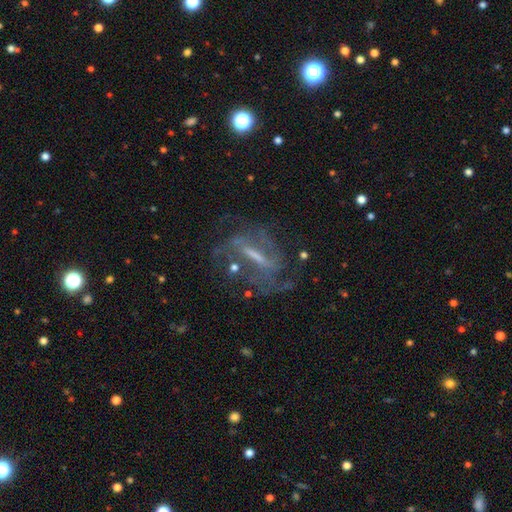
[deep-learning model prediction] A featured or disk galaxy (78%) with a strong bar (62%), spiral arms (79%) and a small central bulge (34%).

Vote fractions:
- Smooth or featured? featured or disk: 78% / smooth: 12% / star or artifact: 11%
- Edge-on disk? no: 80% / yes: 20%
- Bar? strong: 62% / weak: 27% / no: 11%
- Spiral arms? yes: 79% / no: 21%
- Bulge size? small: 34% / moderate: 30% / none: 29% / large: 5% / dominant: 1%
- Merging? none: 59% / major disturbance: 19% / minor disturbance: 18% / merger: 3%